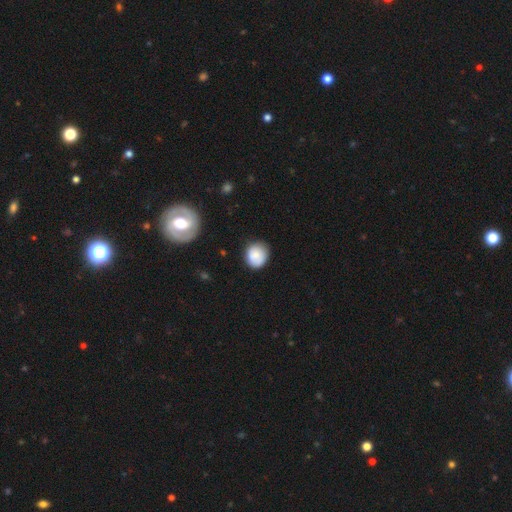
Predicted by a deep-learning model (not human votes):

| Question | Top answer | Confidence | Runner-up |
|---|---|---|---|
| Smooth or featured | smooth | 80% | featured or disk (12%) |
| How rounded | round | 79% | in between (20%) |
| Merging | none | 76% | minor disturbance (18%) |